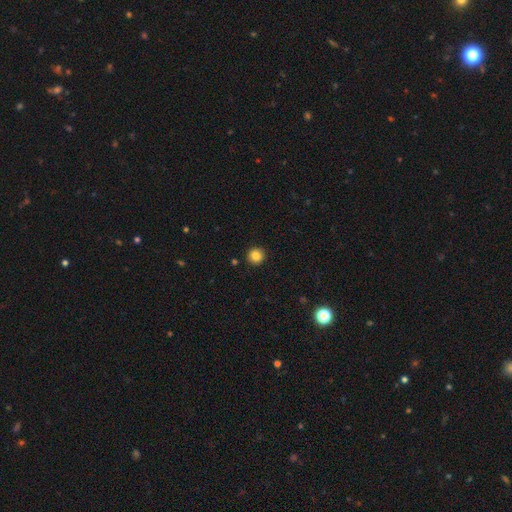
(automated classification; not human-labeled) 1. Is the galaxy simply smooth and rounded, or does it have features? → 85% smooth, 11% star or artifact, 5% featured or disk.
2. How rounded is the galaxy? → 94% round, 5% in between, 1% cigar-shaped.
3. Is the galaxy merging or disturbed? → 92% none, 5% minor disturbance, 2% major disturbance, 1% merger.